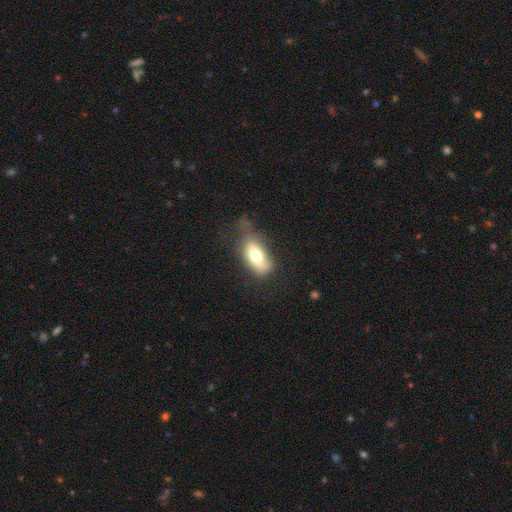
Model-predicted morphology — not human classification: Overall: smooth (70%). How rounded: in between (88%). Merging: none (42%; minor disturbance 33%).